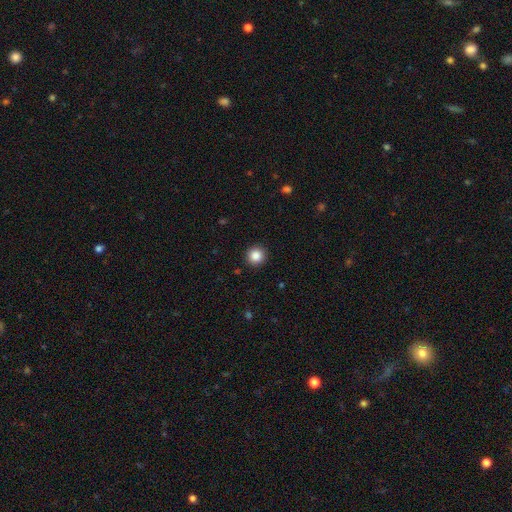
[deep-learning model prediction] smooth_or_featured: smooth (p=0.87) [alt: star or artifact p=0.10]
how_rounded: round (p=0.95) [alt: in between p=0.04]
merging: none (p=0.92) [alt: minor disturbance p=0.05]